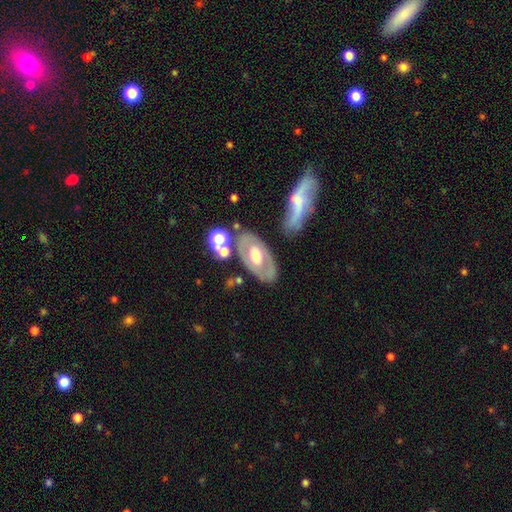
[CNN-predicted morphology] smooth-or-featured: featured or disk: 61% | smooth: 33% | star or artifact: 6%
  disk-edge-on: no: 86% | yes: 14%
    bar: no: 75% | weak: 17% | strong: 7%
    has-spiral-arms: no: 75% | yes: 25%
    bulge-size: moderate: 63% | large: 27% | small: 6% | dominant: 2% | none: 1%
  merging: none: 72% | minor disturbance: 14% | merger: 8% | major disturbance: 6%